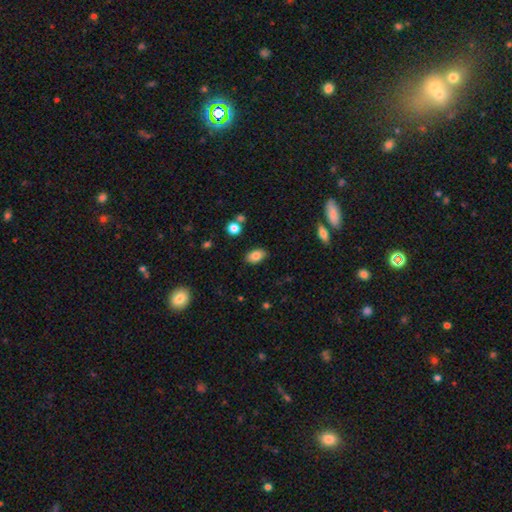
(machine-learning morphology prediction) A smooth galaxy with no disk features (84%) that is in between round and cigar-shaped (90%). Merging: none (85%).